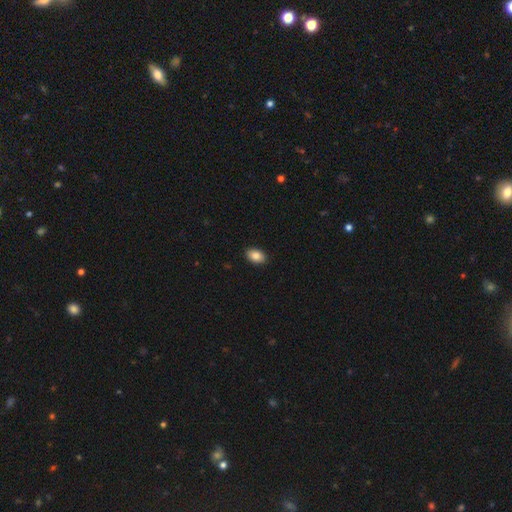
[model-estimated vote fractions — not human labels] smooth_or_featured: smooth (p=0.87) [alt: star or artifact p=0.08]
how_rounded: in between (p=0.88) [alt: round p=0.11]
merging: none (p=0.90) [alt: minor disturbance p=0.07]